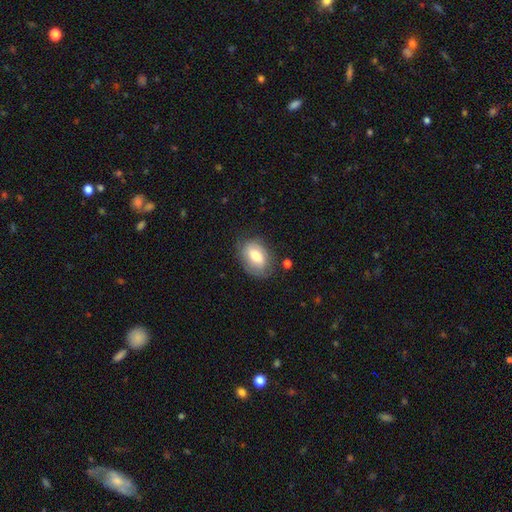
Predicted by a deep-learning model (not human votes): Overall: smooth (73%). How rounded: in between (84%). Merging: none (72%).